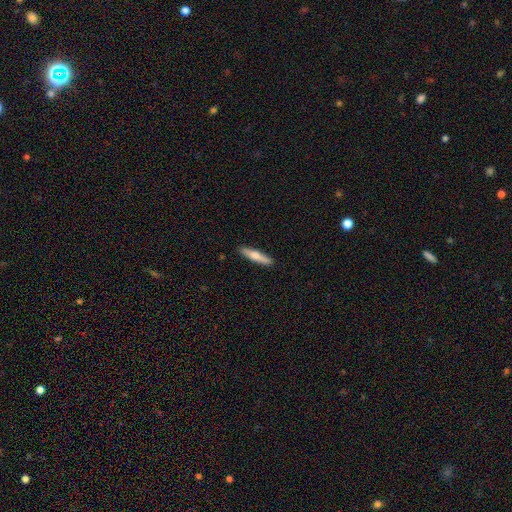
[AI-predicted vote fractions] Smooth or featured: smooth — 67% (featured or disk — 28%)
How rounded: cigar-shaped — 86% (in between — 12%)
Merging: none — 89% (minor disturbance — 8%)